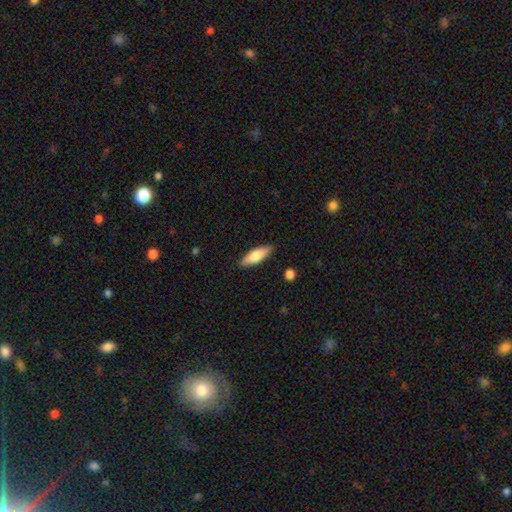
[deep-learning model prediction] smooth 68%, featured or disk 26%, star or artifact 6%. Down the decision tree: how rounded — in between (49%, tied with cigar-shaped); merging — none (87%).